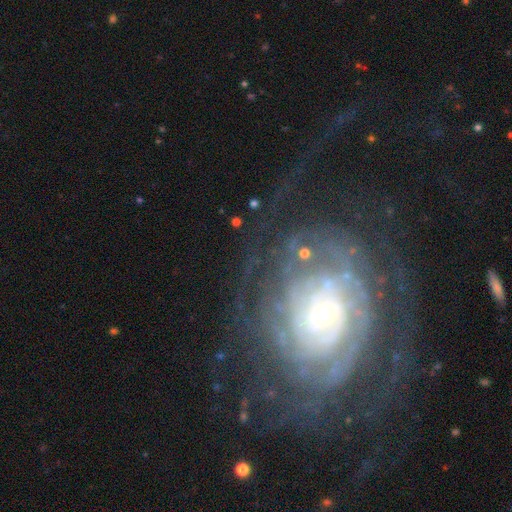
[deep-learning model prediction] Morphology: type=featured or disk (85%); edge-on=no (96%); bar=no (66%); spiral arms=yes (93%); winding=tight (75%); arm count=can't tell (38%); bulge=small (69%); merging=none (68%).